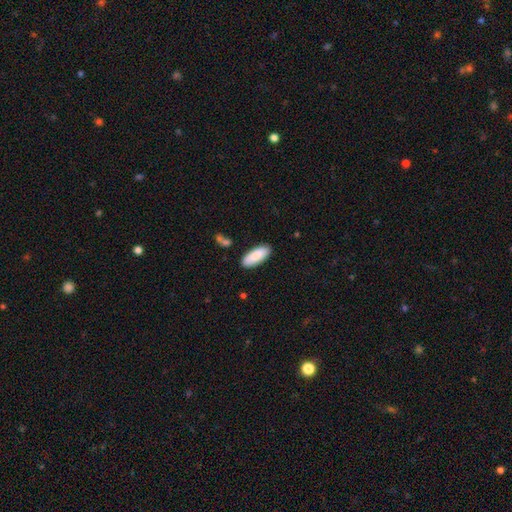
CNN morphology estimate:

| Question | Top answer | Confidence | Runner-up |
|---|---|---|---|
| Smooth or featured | smooth | 88% | featured or disk (7%) |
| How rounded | in between | 78% | cigar-shaped (20%) |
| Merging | none | 87% | minor disturbance (9%) |